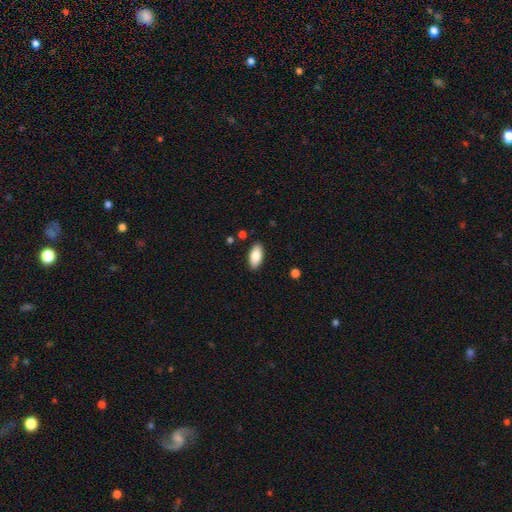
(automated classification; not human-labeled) The model was most divided on "smooth or featured": smooth: 84%, featured or disk: 9%, star or artifact: 6%. More confident: how rounded — in between (92%); merging — none (88%).